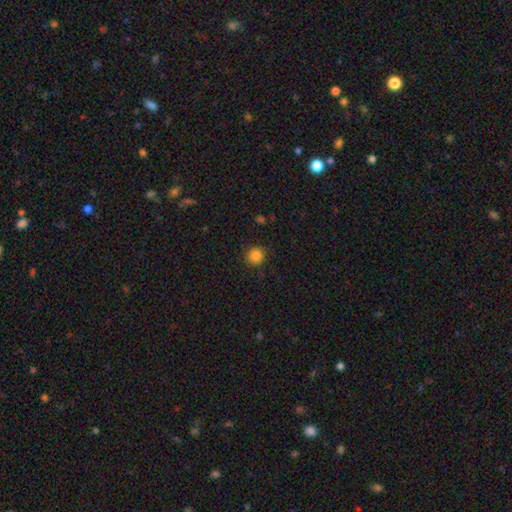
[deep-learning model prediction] Smooth or featured? smooth (85%)
How rounded? round (88%)
Merging? none (89%)